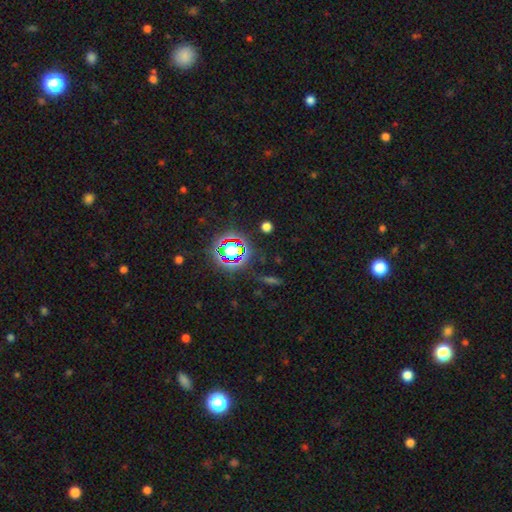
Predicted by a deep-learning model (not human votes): Overall: star or artifact (76%).